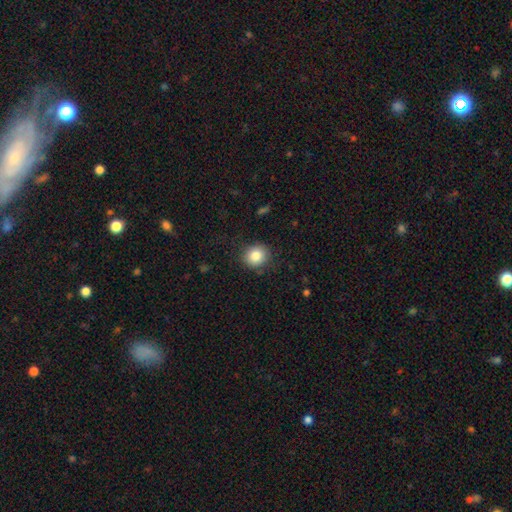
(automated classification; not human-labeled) Smooth or featured? Predicted: smooth (p=0.83). How rounded? Predicted: round (p=0.83). Merging? Predicted: none (p=0.86).